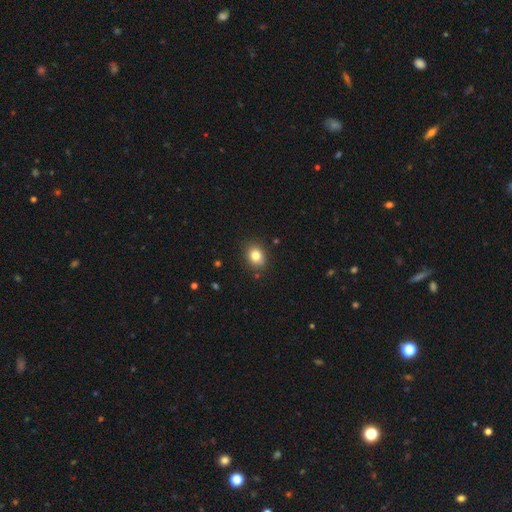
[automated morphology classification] Smooth or featured? Predicted: smooth (p=0.81). How rounded? Predicted: in between (p=0.51). Merging? Predicted: none (p=0.85).